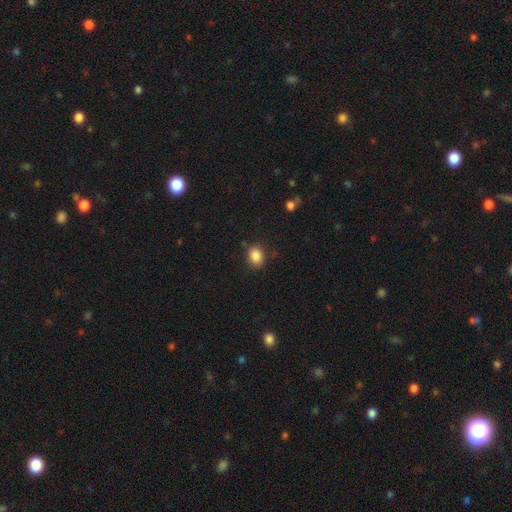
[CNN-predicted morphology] This appears to be a smooth galaxy with no disk features (86%) that is in between round and cigar-shaped (58%). Merging: none (84%).